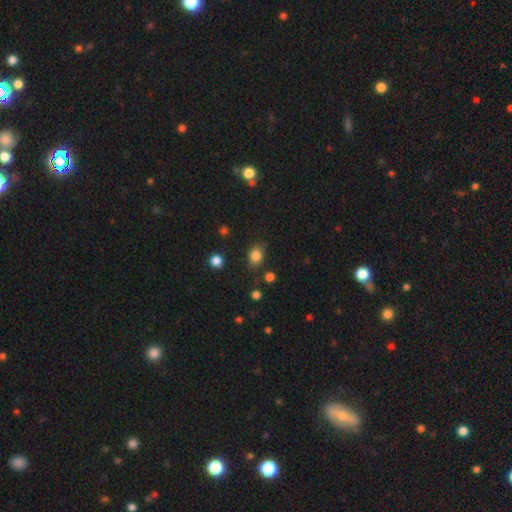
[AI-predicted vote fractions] smooth 83%, star or artifact 11%, featured or disk 6%. Down the decision tree: how rounded — in between (59%); merging — none (75%).